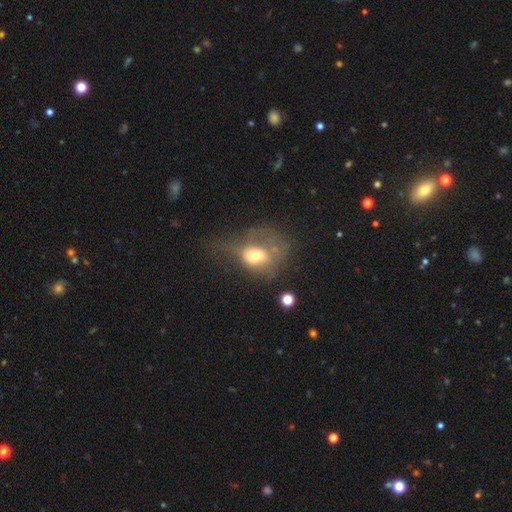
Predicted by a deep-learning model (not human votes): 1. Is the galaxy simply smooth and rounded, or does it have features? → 59% smooth, 29% featured or disk, 12% star or artifact.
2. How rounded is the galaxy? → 52% round, 47% in between, 1% cigar-shaped.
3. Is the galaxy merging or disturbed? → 54% major disturbance, 20% none, 19% minor disturbance, 7% merger.